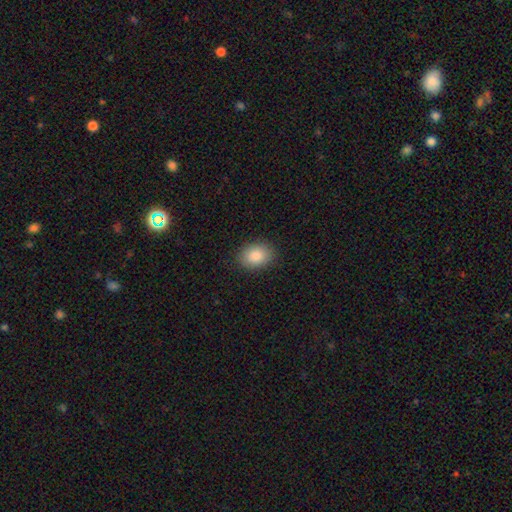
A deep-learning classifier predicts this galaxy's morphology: A smooth galaxy with no disk features (86%) that is in between round and cigar-shaped (66%).

Vote fractions:
- Smooth or featured? smooth: 86% / star or artifact: 8% / featured or disk: 6%
- How rounded? in between: 66% / round: 33% / cigar-shaped: 1%
- Merging? none: 88% / minor disturbance: 9% / major disturbance: 2% / merger: 1%